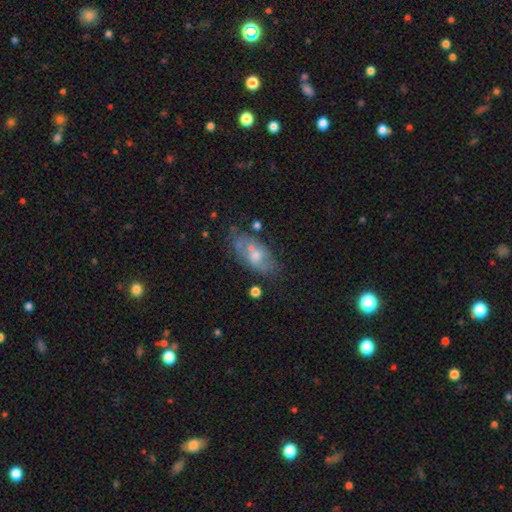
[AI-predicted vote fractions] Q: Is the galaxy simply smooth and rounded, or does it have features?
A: featured or disk — 49%.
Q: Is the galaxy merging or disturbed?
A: none — 57%.